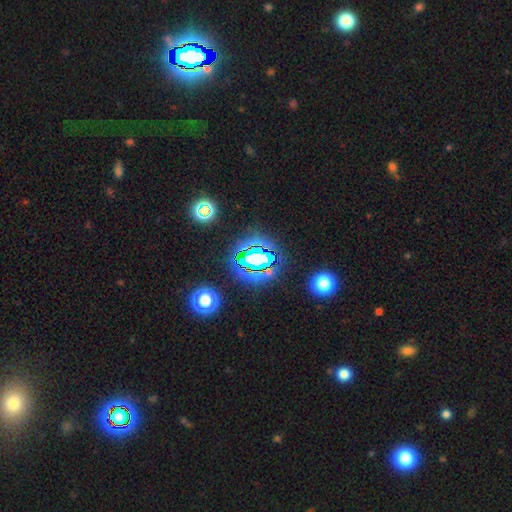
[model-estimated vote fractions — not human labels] Smooth or featured: star or artifact — 68% (smooth — 19%)